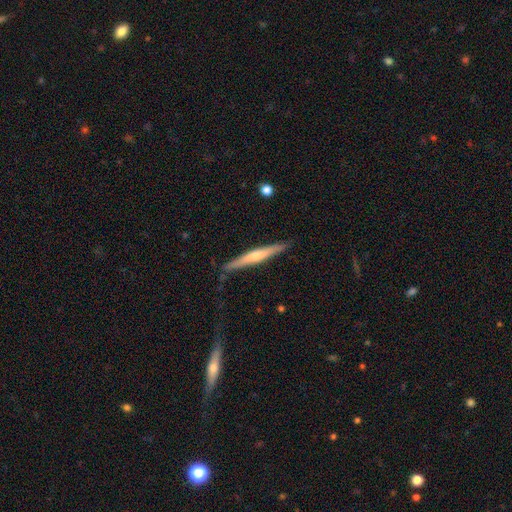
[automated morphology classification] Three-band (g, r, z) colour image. It shows a featured or disk galaxy (59%) viewed edge-on (97%) with a rounded central bulge (69%). Merging: none (87%).